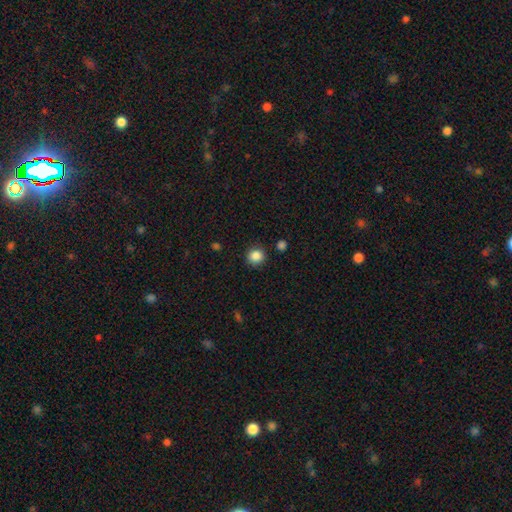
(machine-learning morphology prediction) Q: Smooth or featured?
A: smooth (86%); runner-up: star or artifact (10%)
Q: How rounded?
A: round (90%); runner-up: in between (9%)
Q: Merging?
A: none (88%); runner-up: minor disturbance (7%)